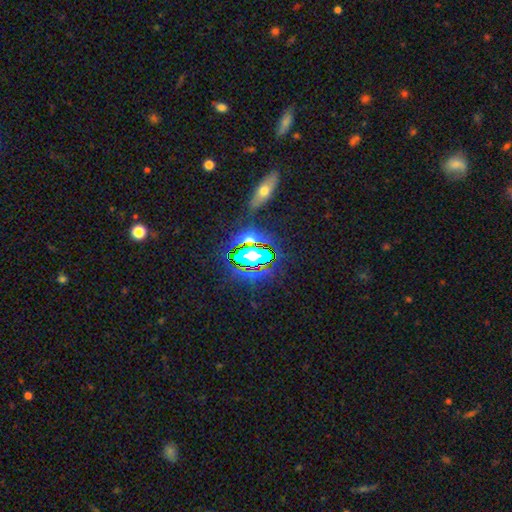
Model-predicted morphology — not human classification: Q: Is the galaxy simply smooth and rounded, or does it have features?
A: star or artifact — 68%.